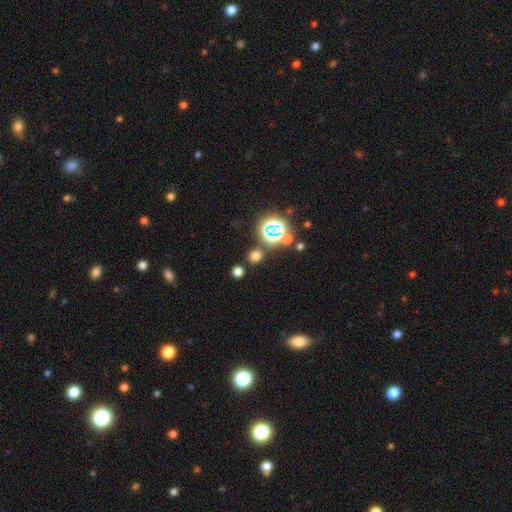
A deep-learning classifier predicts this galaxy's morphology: Q: Smooth or featured?
A: smooth (66%); runner-up: star or artifact (28%)
Q: How rounded?
A: round (77%); runner-up: in between (22%)
Q: Merging?
A: none (83%); runner-up: minor disturbance (7%)